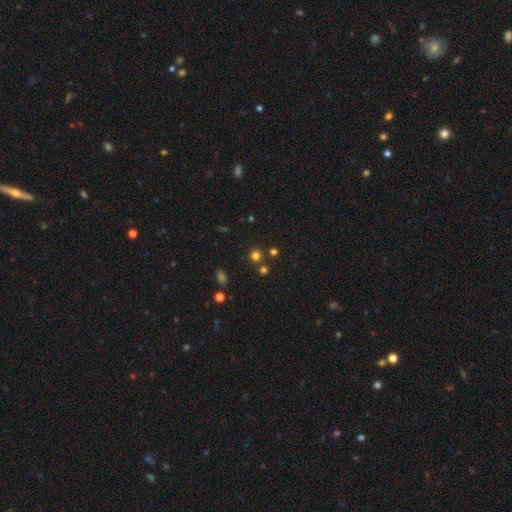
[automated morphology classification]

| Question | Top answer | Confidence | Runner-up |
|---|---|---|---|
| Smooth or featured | smooth | 67% | star or artifact (26%) |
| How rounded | round | 91% | in between (8%) |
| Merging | none | 79% | merger (11%) |